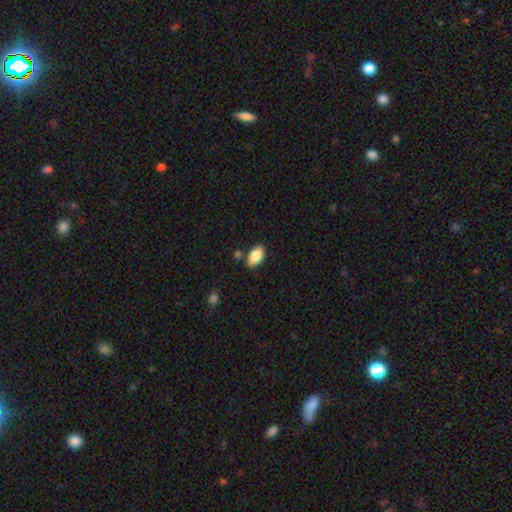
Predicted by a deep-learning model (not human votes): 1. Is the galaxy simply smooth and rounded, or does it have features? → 85% smooth, 9% featured or disk, 7% star or artifact.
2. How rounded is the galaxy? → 94% in between, 4% round, 3% cigar-shaped.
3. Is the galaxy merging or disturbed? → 79% none, 13% minor disturbance, 6% merger, 3% major disturbance.